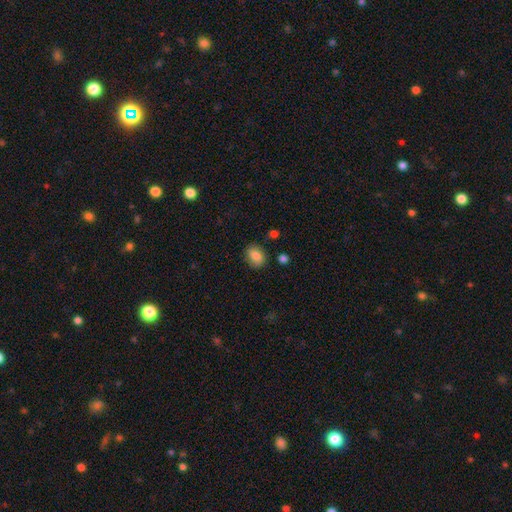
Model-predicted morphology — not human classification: This is clearly a smooth galaxy (83%). How rounded: possibly in between (59%). Merging: clearly none (81%).